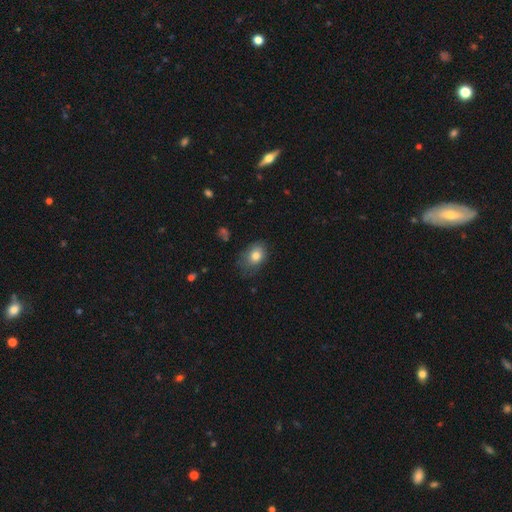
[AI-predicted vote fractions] Morphology: type=smooth (79%); roundness=in between (69%); merging=none (63%).